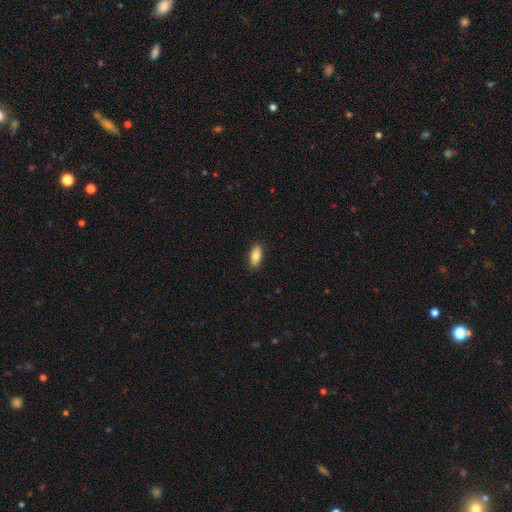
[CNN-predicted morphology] Smooth or featured? Predicted: smooth (p=0.81). How rounded? Predicted: in between (p=0.87). Merging? Predicted: none (p=0.87).